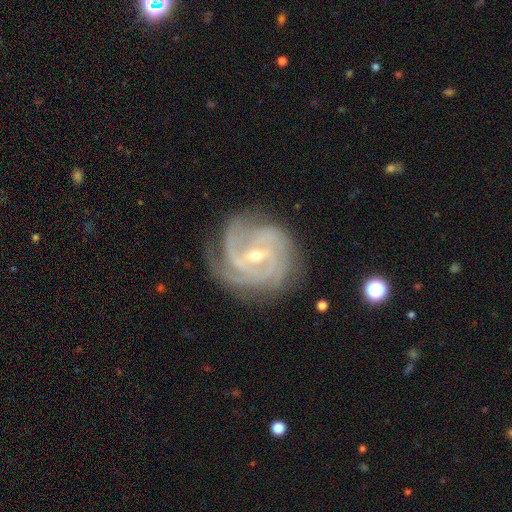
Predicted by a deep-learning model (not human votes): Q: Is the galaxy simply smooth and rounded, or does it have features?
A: featured or disk — 90%.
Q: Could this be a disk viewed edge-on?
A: no — 97%.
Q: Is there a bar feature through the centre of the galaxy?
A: weak — 52%.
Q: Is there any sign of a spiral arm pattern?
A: yes — 98%.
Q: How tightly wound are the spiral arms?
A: tight — 66%.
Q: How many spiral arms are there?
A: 3 — 37%.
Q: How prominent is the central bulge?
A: small — 53%.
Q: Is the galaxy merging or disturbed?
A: none — 75%.